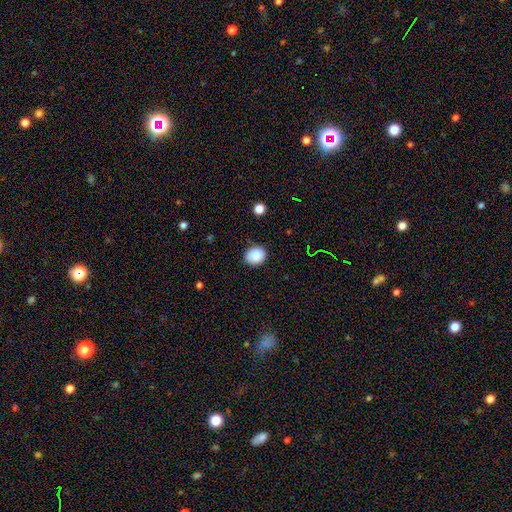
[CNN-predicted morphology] Smooth or featured?
  - smooth: 87% *
  - star or artifact: 9%
  - featured or disk: 4%
How rounded?
  - round: 64% *
  - in between: 36%
  - cigar-shaped: 1%
Merging?
  - none: 85% *
  - minor disturbance: 11%
  - major disturbance: 2%
  - merger: 1%